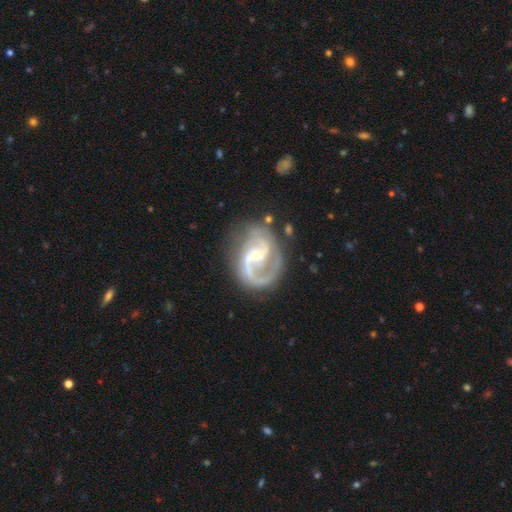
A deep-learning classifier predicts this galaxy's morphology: A featured or disk galaxy (91%) with no bar (43%, tied with weak), 2 (83%) medium (58%) spiral arms (97%) and a small central bulge (68%). Merging: none (65%).